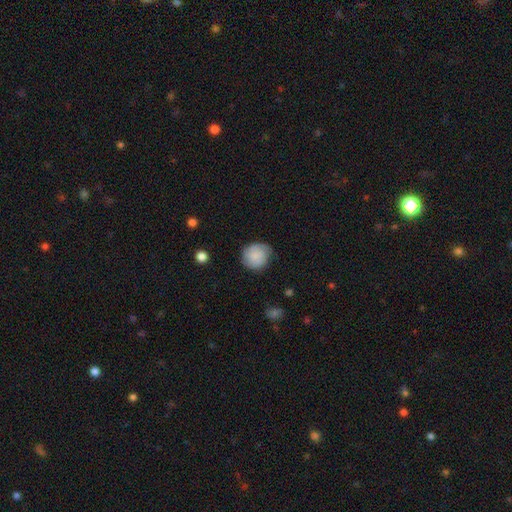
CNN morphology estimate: smooth_or_featured: smooth (p=0.69) [alt: featured or disk p=0.24]
how_rounded: round (p=0.86) [alt: in between p=0.13]
merging: none (p=0.71) [alt: minor disturbance p=0.22]